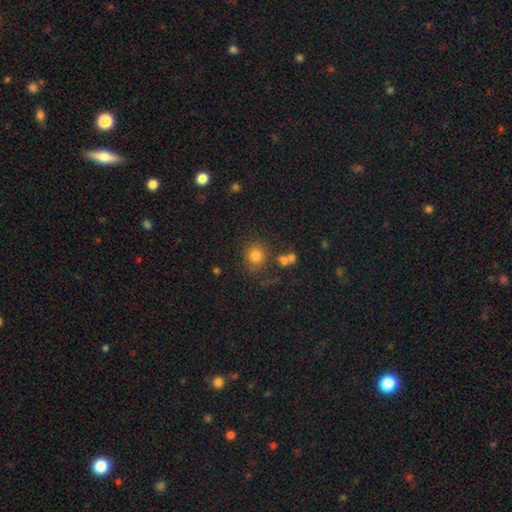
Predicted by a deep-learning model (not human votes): smooth_or_featured: smooth (p=0.79) [alt: star or artifact p=0.13]
how_rounded: round (p=0.86) [alt: in between p=0.13]
merging: none (p=0.72) [alt: minor disturbance p=0.12]